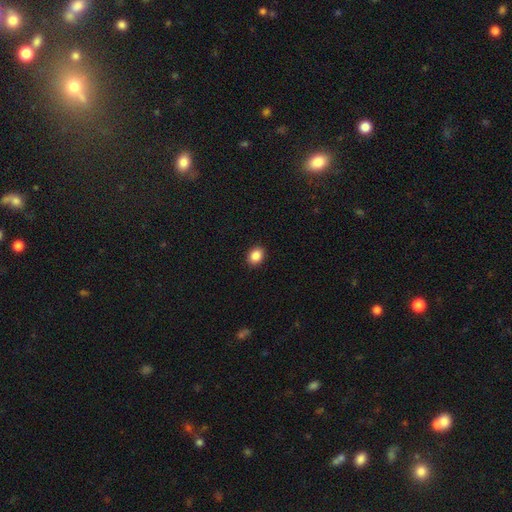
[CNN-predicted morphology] A smooth galaxy with no disk features (88%) that is in between round and cigar-shaped (54%).

Vote fractions:
- Smooth or featured? smooth: 88% / star or artifact: 9% / featured or disk: 4%
- How rounded? in between: 54% / round: 45% / cigar-shaped: 1%
- Merging? none: 91% / minor disturbance: 6% / major disturbance: 2% / merger: 1%